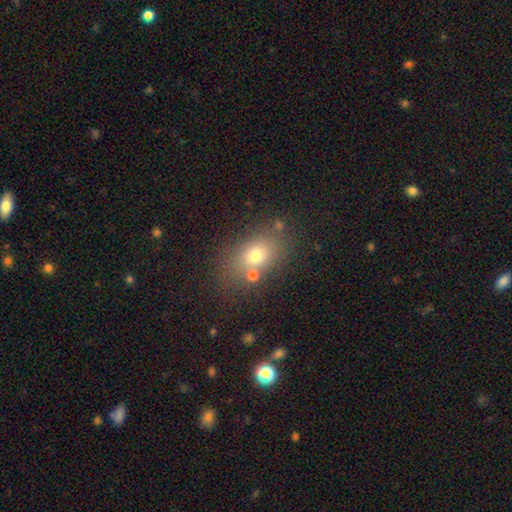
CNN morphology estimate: smooth 70%, featured or disk 16%, star or artifact 14%. Down the decision tree: how rounded — in between (72%); merging — none (70%).